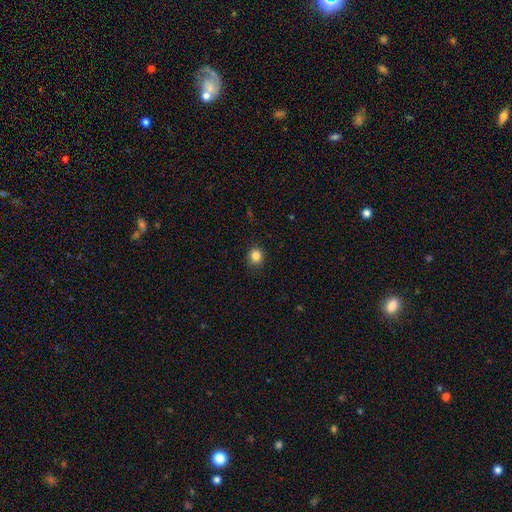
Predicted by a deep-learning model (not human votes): Morphology: type=smooth (84%); roundness=round (86%); merging=none (87%).